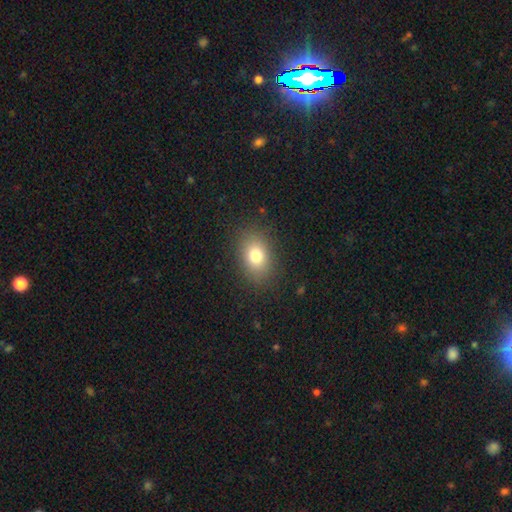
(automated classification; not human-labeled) Smooth or featured: smooth — 78% (star or artifact — 11%)
How rounded: in between — 70% (round — 28%)
Merging: none — 86% (minor disturbance — 10%)